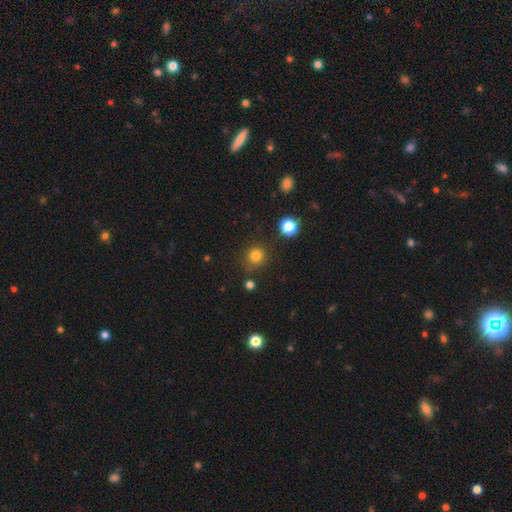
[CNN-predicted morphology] Smooth or featured?
  - smooth: 81% *
  - star or artifact: 15%
  - featured or disk: 5%
How rounded?
  - round: 91% *
  - in between: 8%
  - cigar-shaped: 1%
Merging?
  - none: 82% *
  - minor disturbance: 11%
  - merger: 4%
  - major disturbance: 4%